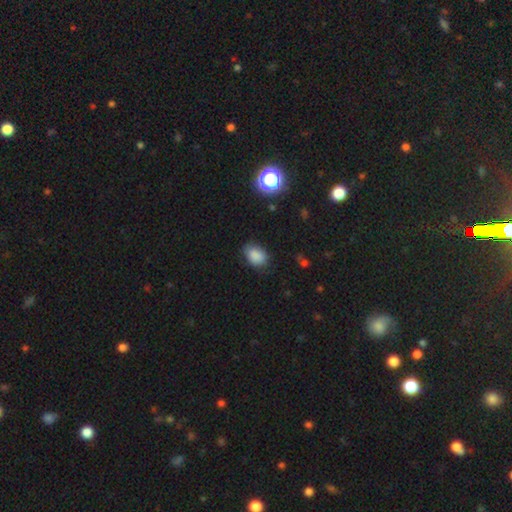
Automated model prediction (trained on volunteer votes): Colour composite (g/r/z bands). It shows a smooth galaxy with no disk features (85%) that is in between round and cigar-shaped (76%). Merging: none (74%).